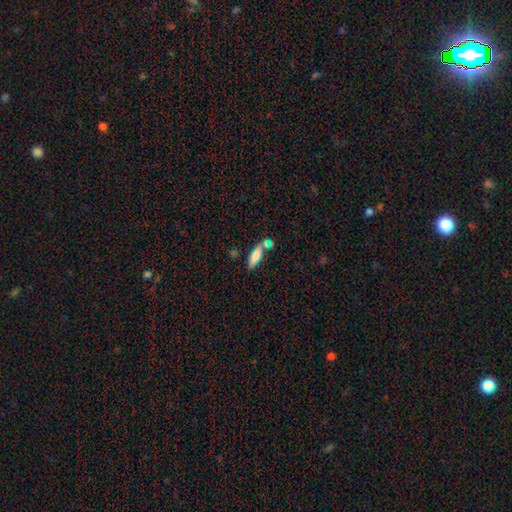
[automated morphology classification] Smooth or featured?
  - smooth: 72% *
  - featured or disk: 21%
  - star or artifact: 7%
How rounded?
  - in between: 50% *
  - cigar-shaped: 47%
  - round: 2%
Merging?
  - none: 57% *
  - merger: 22%
  - minor disturbance: 16%
  - major disturbance: 5%